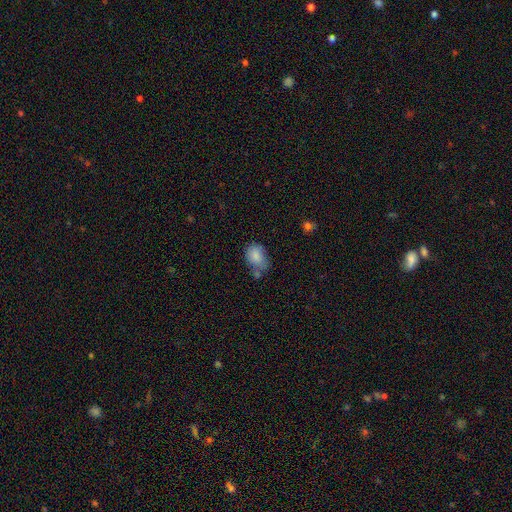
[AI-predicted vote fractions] smooth-or-featured: smooth: 84% | star or artifact: 8% | featured or disk: 8%
  how-rounded: in between: 68% | round: 31% | cigar-shaped: 1%
  merging: none: 48% | minor disturbance: 28% | merger: 15% | major disturbance: 9%